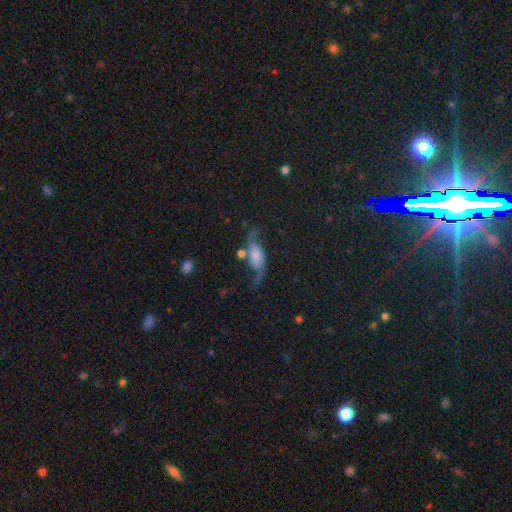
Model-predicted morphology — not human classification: This is likely a featured or disk galaxy (74%). It is clearly not viewed edge-on (93%). Bar: possibly no (57%). Spiral arm pattern: clearly yes (95%). Spiral arm count: clearly 2 (93%). Spiral winding: clearly loose (88%). Central bulge: marginally none (27%). Merging: possibly none (58%).